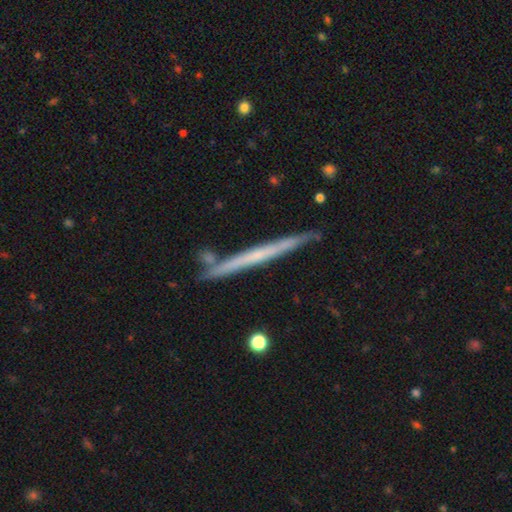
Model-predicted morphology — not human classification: A featured or disk galaxy (57%) viewed edge-on (97%) with no central bulge (83%).

Vote fractions:
- Smooth or featured? featured or disk: 57% / smooth: 37% / star or artifact: 6%
- Edge-on disk? yes: 97% / no: 3%
- Edge-on bulge? none: 83% / rounded: 13% / boxy: 4%
- Merging? none: 84% / minor disturbance: 10% / merger: 4% / major disturbance: 2%